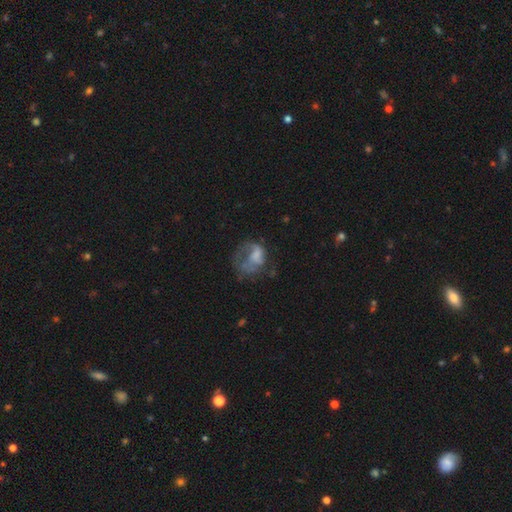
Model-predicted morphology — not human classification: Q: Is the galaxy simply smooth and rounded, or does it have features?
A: featured or disk — 50%.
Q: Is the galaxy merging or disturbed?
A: major disturbance — 44%.